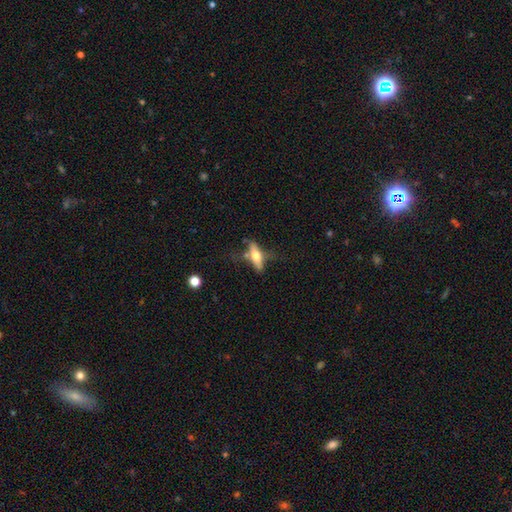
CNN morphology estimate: Smooth or featured: featured or disk — 49% (smooth — 43%)
Merging: none — 51% (minor disturbance — 23%)